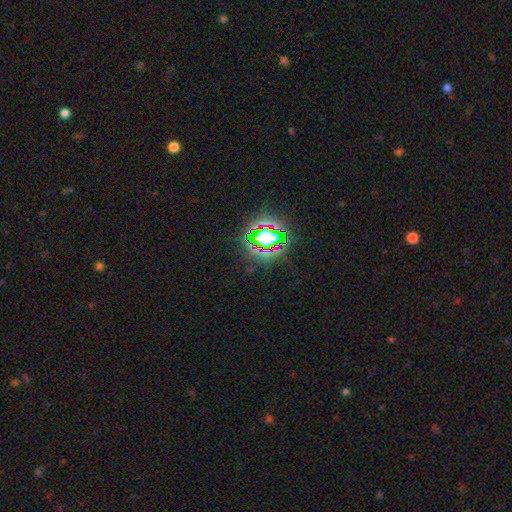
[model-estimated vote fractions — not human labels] This appears to be a star or artifact, not a galaxy (82%).